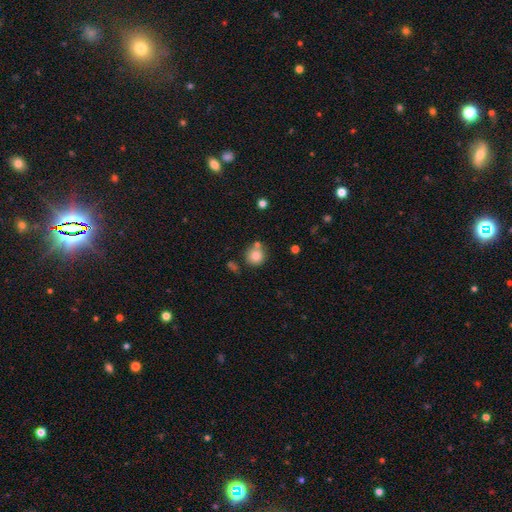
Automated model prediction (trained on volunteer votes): smooth 82%, star or artifact 10%, featured or disk 8%. Down the decision tree: how rounded — round (91%); merging — none (68%).